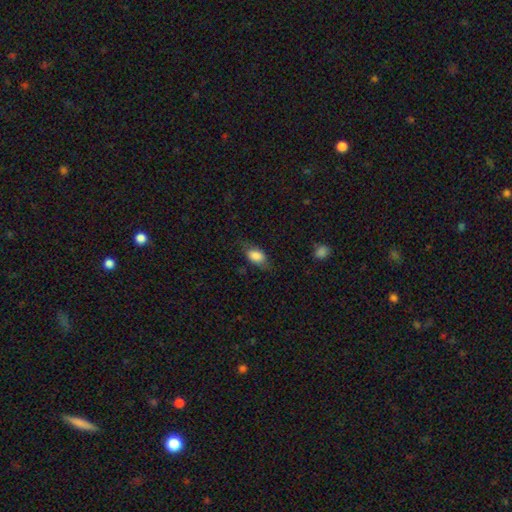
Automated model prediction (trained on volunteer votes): A smooth galaxy with no disk features (78%) that is in between round and cigar-shaped (85%). Merging: none (65%).